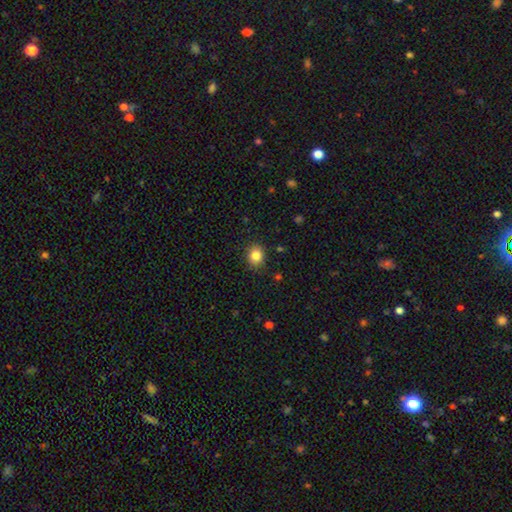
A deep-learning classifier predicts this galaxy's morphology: This is clearly a smooth galaxy (84%). How rounded: likely round (69%). Merging: clearly none (88%).